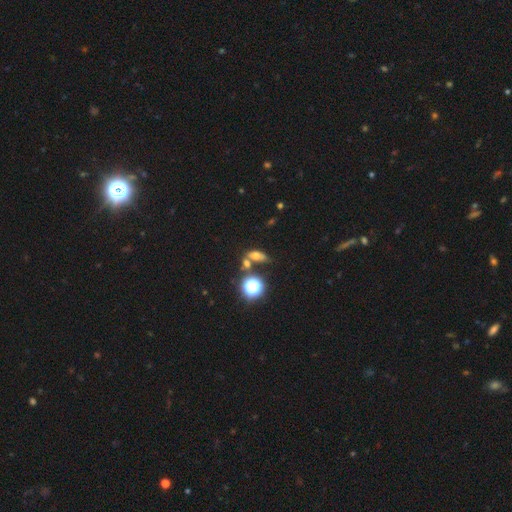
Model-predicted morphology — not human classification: Smooth or featured: smooth — 57% (star or artifact — 24%)
How rounded: in between — 65% (round — 21%)
Merging: none — 51% (merger — 27%)